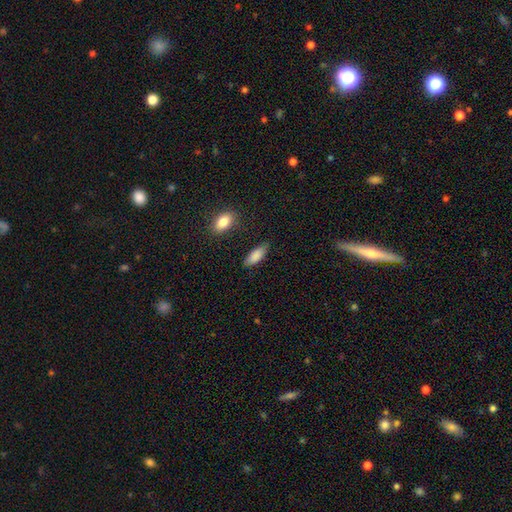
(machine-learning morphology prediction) Smooth or featured: smooth — 86% (featured or disk — 7%)
How rounded: in between — 77% (cigar-shaped — 21%)
Merging: none — 76% (minor disturbance — 18%)